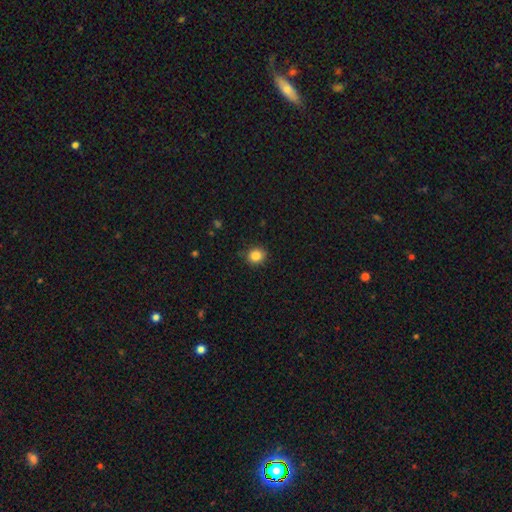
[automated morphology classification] A smooth galaxy with no disk features (85%) that is round (79%). Merging: none (88%).